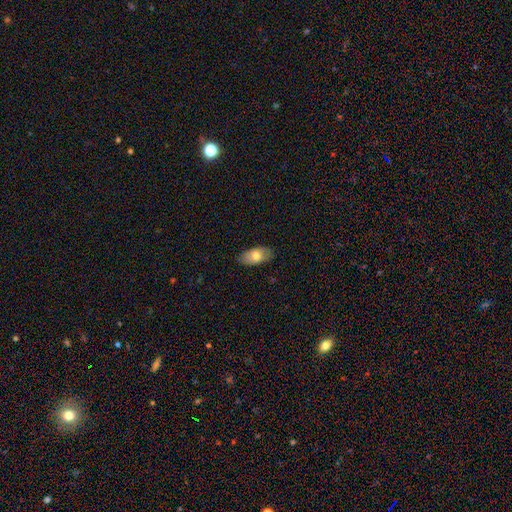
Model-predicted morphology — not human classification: A smooth galaxy with no disk features (73%) that is in between round and cigar-shaped (92%).

Vote fractions:
- Smooth or featured? smooth: 73% / featured or disk: 20% / star or artifact: 7%
- How rounded? in between: 92% / cigar-shaped: 4% / round: 4%
- Merging? none: 84% / minor disturbance: 13% / major disturbance: 3% / merger: 1%